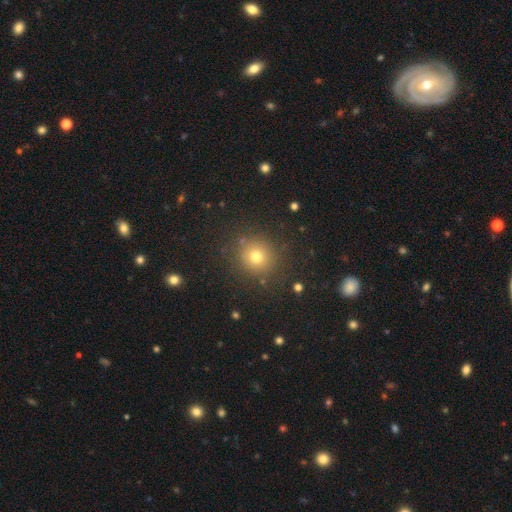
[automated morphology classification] This is likely a smooth galaxy (71%). How rounded: clearly round (92%). Merging: clearly none (88%).